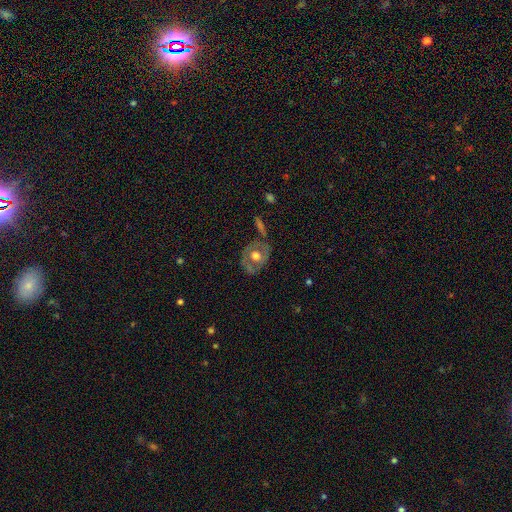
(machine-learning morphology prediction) Smooth or featured?
  - featured or disk: 56% *
  - smooth: 38%
  - star or artifact: 6%
Edge-on disk?
  - no: 93% *
  - yes: 7%
Bar?
  - no: 86% *
  - weak: 11%
  - strong: 3%
Spiral arms?
  - no: 76% *
  - yes: 24%
Bulge size?
  - moderate: 62% *
  - large: 31%
  - small: 4%
  - dominant: 2%
  - none: 1%
Merging?
  - none: 70% *
  - minor disturbance: 18%
  - major disturbance: 7%
  - merger: 5%